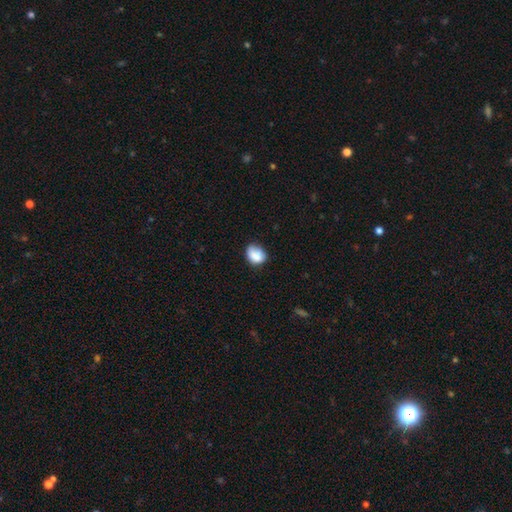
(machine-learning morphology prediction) The model was most divided on "how rounded": round: 50%, in between: 49%, cigar-shaped: 1%. More confident: smooth or featured — smooth (85%); merging — none (60%).